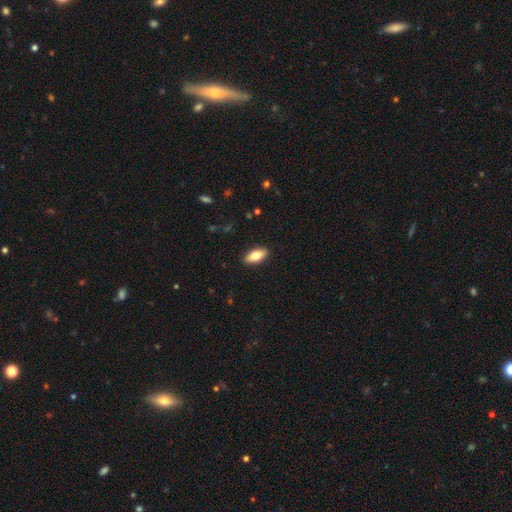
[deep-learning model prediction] Smooth or featured?
  - smooth: 74% *
  - featured or disk: 19%
  - star or artifact: 6%
How rounded?
  - in between: 85% *
  - cigar-shaped: 12%
  - round: 3%
Merging?
  - none: 90% *
  - minor disturbance: 7%
  - major disturbance: 2%
  - merger: 1%